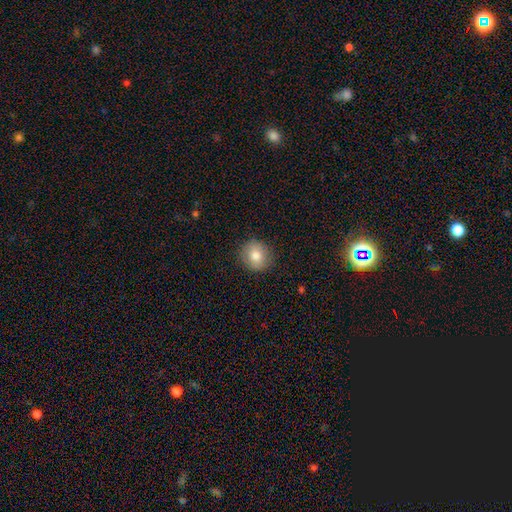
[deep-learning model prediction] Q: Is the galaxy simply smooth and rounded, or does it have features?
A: smooth — 80%.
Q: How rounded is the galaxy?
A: round — 87%.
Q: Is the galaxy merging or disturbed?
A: none — 88%.